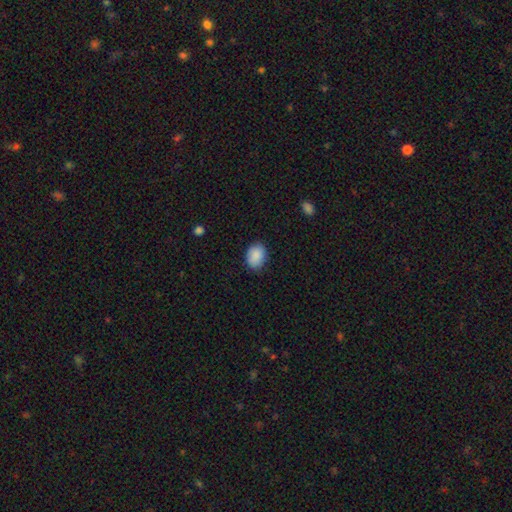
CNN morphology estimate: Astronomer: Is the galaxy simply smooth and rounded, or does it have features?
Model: smooth — 89%.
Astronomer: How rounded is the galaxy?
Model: in between — 68%.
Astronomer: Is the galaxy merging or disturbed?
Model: none — 83%.